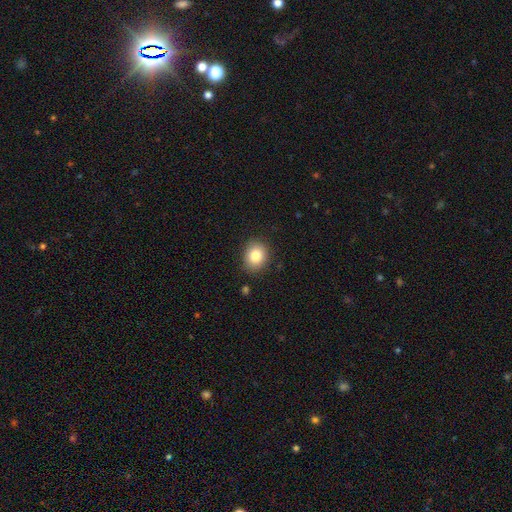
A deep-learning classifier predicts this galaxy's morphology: A smooth galaxy with no disk features (83%) that is round (63%). Merging: none (87%).